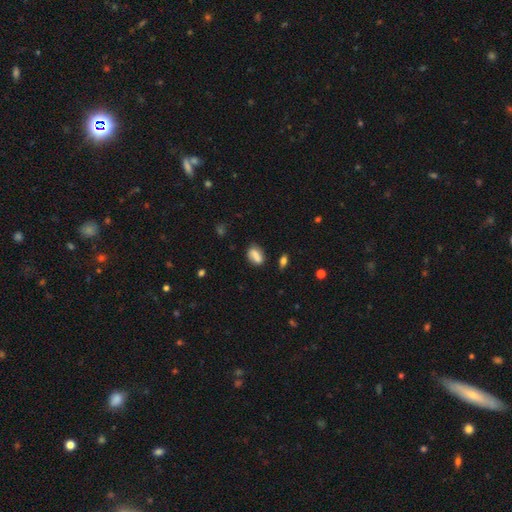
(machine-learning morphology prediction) smooth 79%, featured or disk 13%, star or artifact 8%. Down the decision tree: how rounded — in between (80%); merging — none (72%).